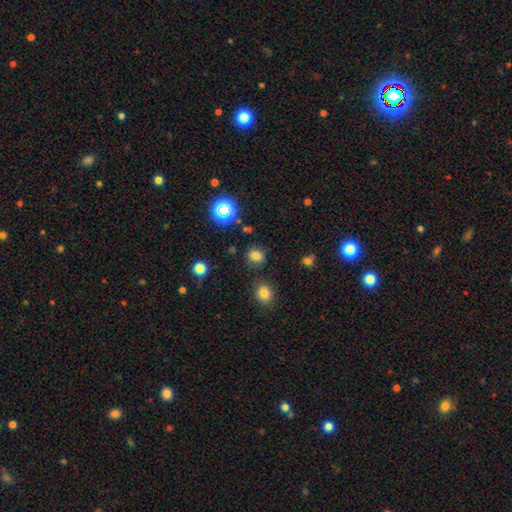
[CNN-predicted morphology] Q: Smooth or featured?
A: smooth (73%); runner-up: star or artifact (21%)
Q: How rounded?
A: round (74%); runner-up: in between (25%)
Q: Merging?
A: none (82%); runner-up: minor disturbance (10%)